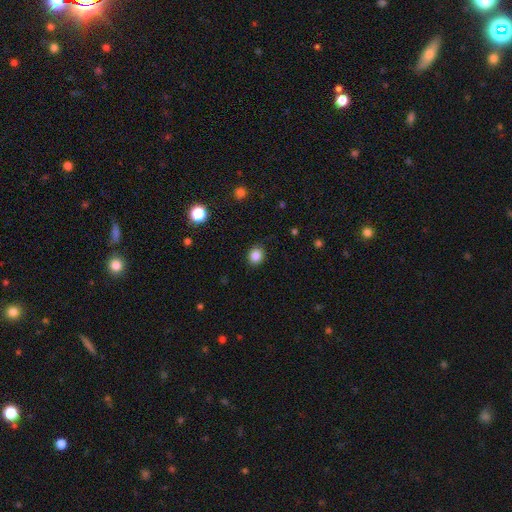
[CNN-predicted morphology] smooth 85%, star or artifact 11%, featured or disk 4%. Down the decision tree: how rounded — round (72%); merging — none (89%).